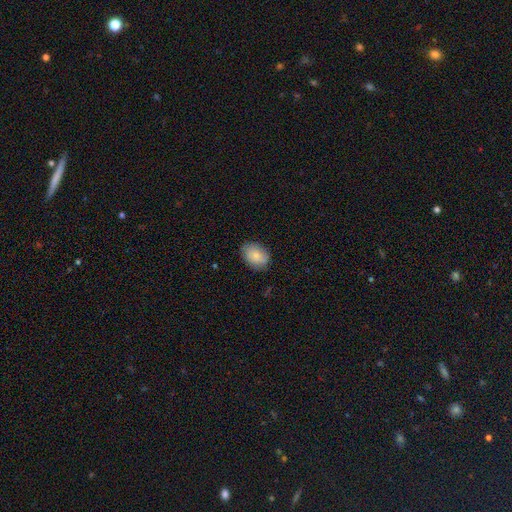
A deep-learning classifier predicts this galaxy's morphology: type=smooth (81%); roundness=in between (77%); merging=none (81%).